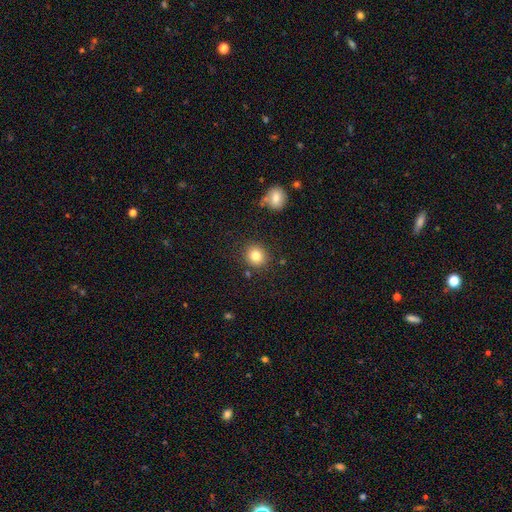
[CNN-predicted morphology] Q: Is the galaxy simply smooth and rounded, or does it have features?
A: smooth — 82%.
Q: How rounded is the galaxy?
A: round — 86%.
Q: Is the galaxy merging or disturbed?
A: none — 85%.